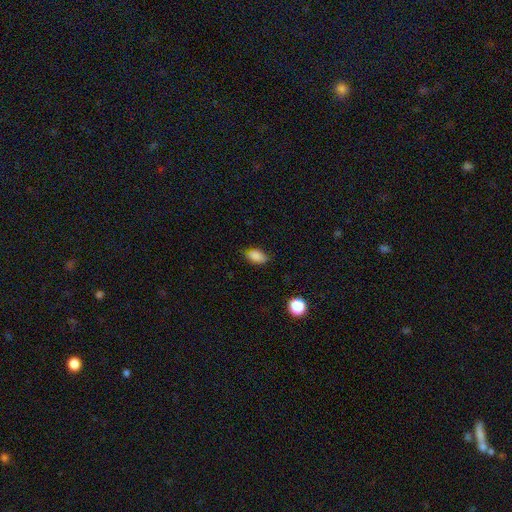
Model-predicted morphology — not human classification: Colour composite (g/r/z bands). It shows a smooth galaxy with no disk features (84%) that is in between round and cigar-shaped (88%). Merging: none (71%).